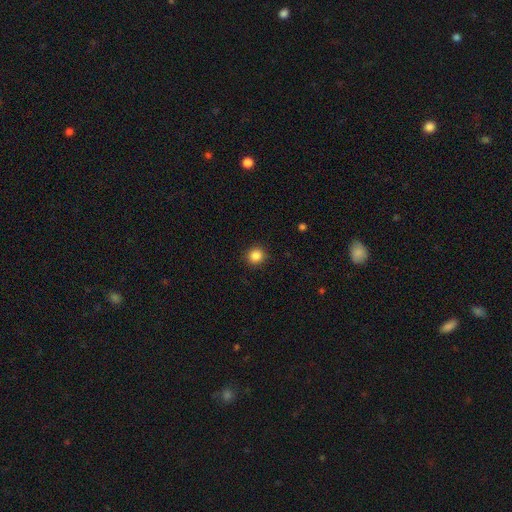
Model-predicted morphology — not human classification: smooth-or-featured: smooth: 86% | star or artifact: 11% | featured or disk: 3%
  how-rounded: round: 92% | in between: 7% | cigar-shaped: 1%
  merging: none: 92% | minor disturbance: 6% | major disturbance: 2% | merger: 1%